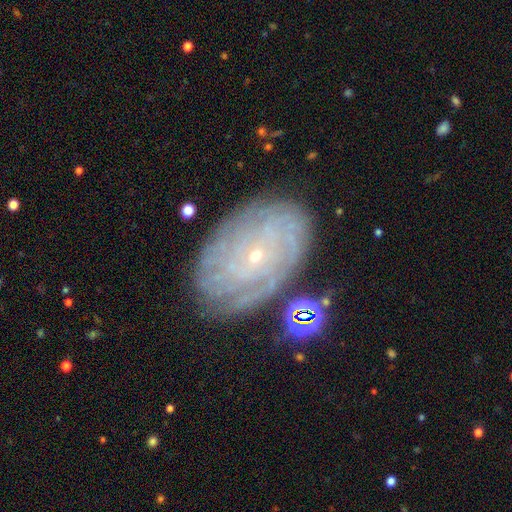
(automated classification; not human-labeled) featured or disk 80%, smooth 11%, star or artifact 9%. Down the decision tree: edge-on disk — no (96%); bar — no (78%); spiral arms — yes (91%); spiral arm count — can't tell (42%); spiral winding — tight (82%); bulge size — small (88%); merging — none (77%).